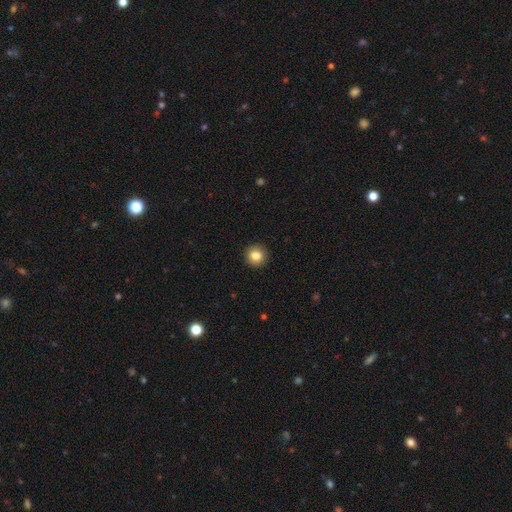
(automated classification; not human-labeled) A smooth galaxy with no disk features (83%) that is round (94%). Merging: none (93%).